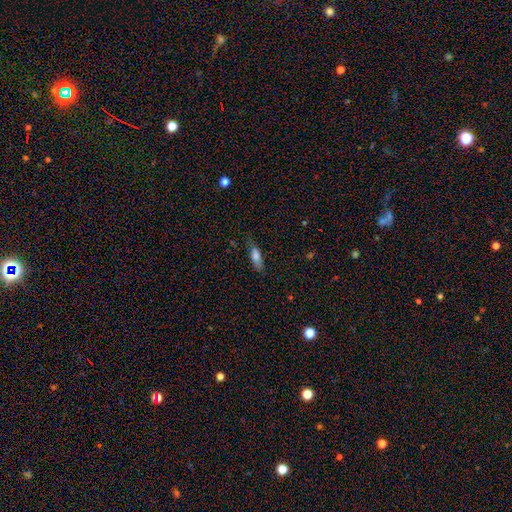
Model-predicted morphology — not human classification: smooth_or_featured: smooth (p=0.78) [alt: featured or disk p=0.14]
how_rounded: in between (p=0.64) [alt: cigar-shaped p=0.34]
merging: none (p=0.66) [alt: minor disturbance p=0.25]